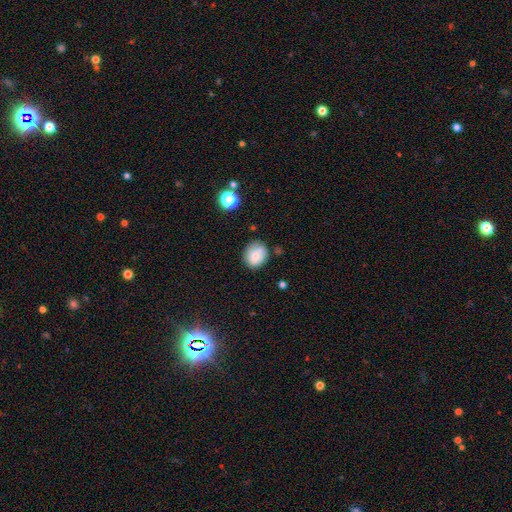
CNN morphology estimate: Overall: smooth (77%). How rounded: round (63%; in between 36%). Merging: none (67%).